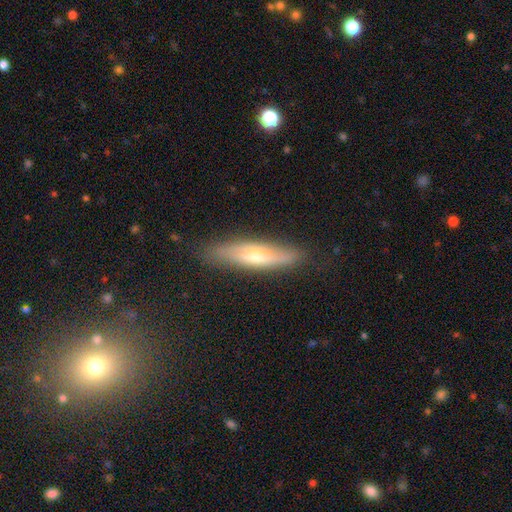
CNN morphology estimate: type=featured or disk (54%); edge-on=yes (79%); merging=none (84%).